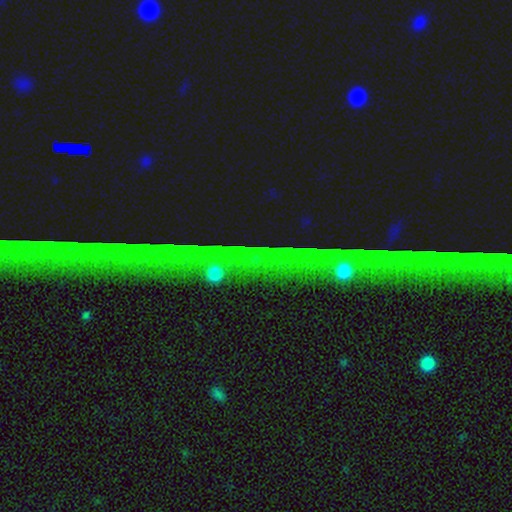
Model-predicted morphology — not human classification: Smooth or featured?
  - star or artifact: 82% *
  - featured or disk: 10%
  - smooth: 7%